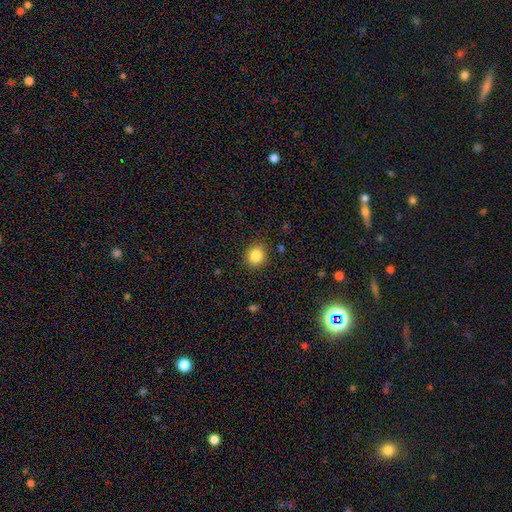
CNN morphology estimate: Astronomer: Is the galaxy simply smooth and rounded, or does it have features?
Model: smooth — 84%.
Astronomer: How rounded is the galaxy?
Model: round — 86%.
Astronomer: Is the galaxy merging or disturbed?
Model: none — 90%.